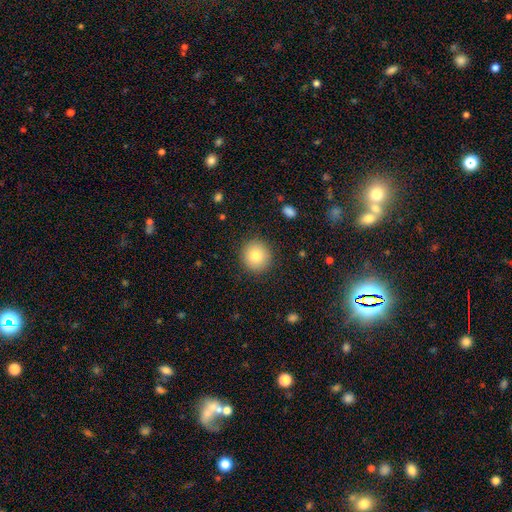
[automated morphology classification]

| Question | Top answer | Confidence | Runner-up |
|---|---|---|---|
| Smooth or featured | smooth | 81% | featured or disk (10%) |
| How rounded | round | 91% | in between (8%) |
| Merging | none | 90% | minor disturbance (7%) |